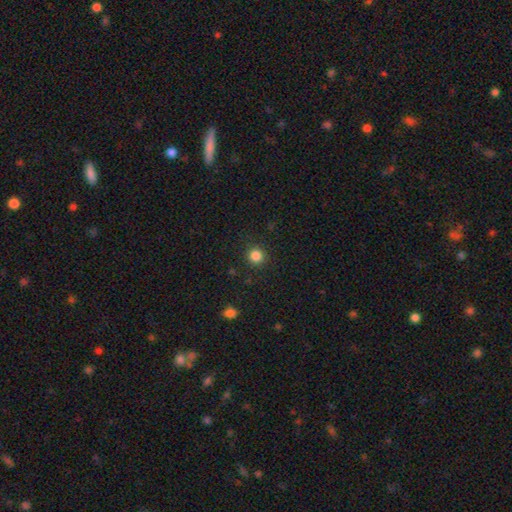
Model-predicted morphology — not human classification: smooth 84%, star or artifact 12%, featured or disk 4%. Down the decision tree: how rounded — round (93%); merging — none (90%).